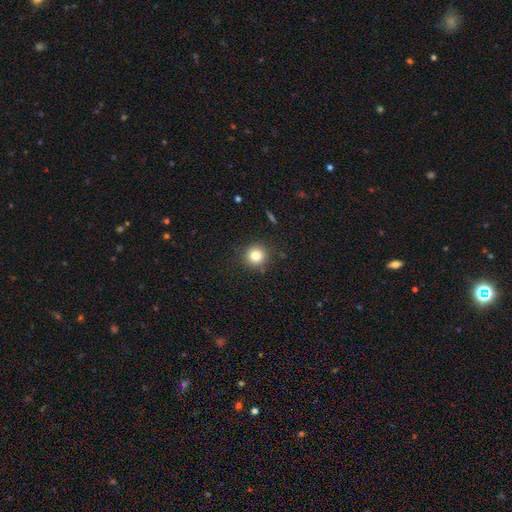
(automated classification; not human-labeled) smooth 81%, star or artifact 12%, featured or disk 7%. Down the decision tree: how rounded — round (93%); merging — none (89%).